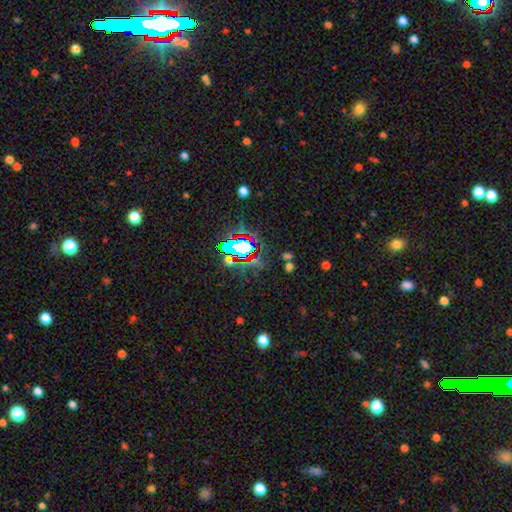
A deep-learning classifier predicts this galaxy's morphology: smooth-or-featured: star or artifact: 75% | smooth: 15% | featured or disk: 10%